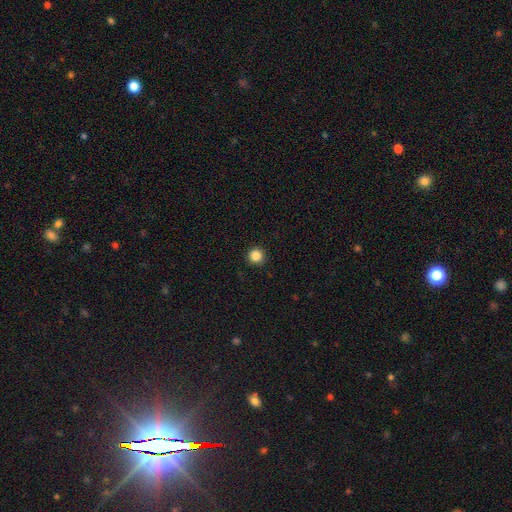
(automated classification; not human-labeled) The model was most divided on "smooth or featured": smooth: 86%, star or artifact: 11%, featured or disk: 3%. More confident: how rounded — round (96%); merging — none (93%).